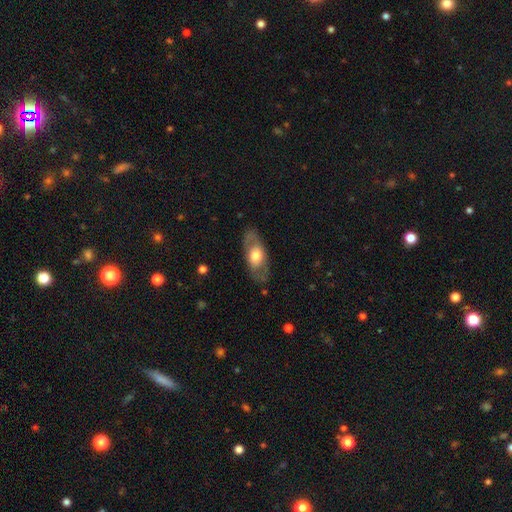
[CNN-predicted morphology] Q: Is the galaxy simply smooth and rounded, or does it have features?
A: smooth — 48%.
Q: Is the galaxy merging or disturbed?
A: none — 79%.